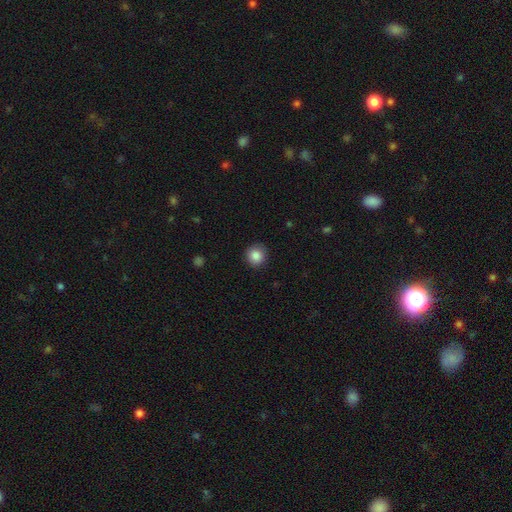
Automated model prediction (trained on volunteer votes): Smooth or featured? Predicted: smooth (p=0.86). How rounded? Predicted: round (p=0.90). Merging? Predicted: none (p=0.87).